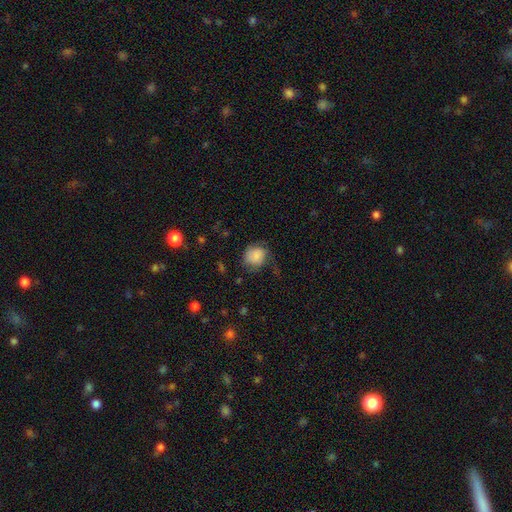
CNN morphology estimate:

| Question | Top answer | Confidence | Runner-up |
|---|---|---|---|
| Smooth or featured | smooth | 77% | featured or disk (14%) |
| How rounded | round | 69% | in between (30%) |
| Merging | none | 48% | minor disturbance (30%) |